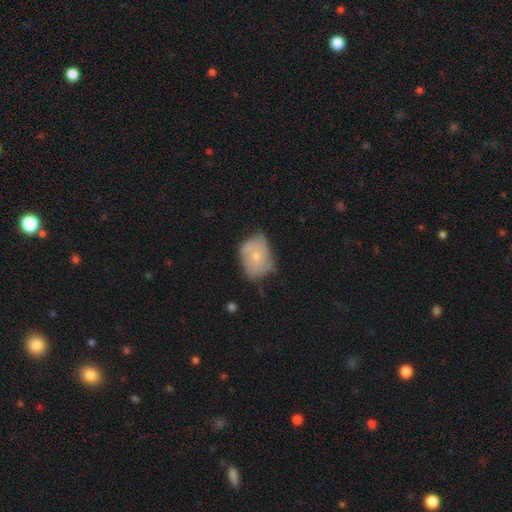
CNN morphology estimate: Smooth or featured? Predicted: smooth (p=0.59). How rounded? Predicted: in between (p=0.70). Merging? Predicted: none (p=0.43).